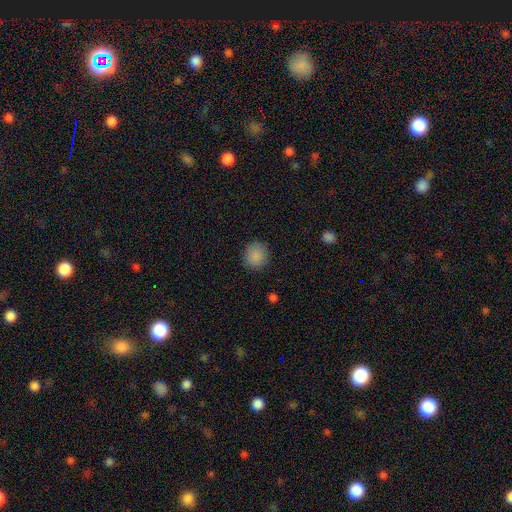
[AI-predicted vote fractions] A smooth galaxy with no disk features (87%) that is round (86%). Merging: none (88%).